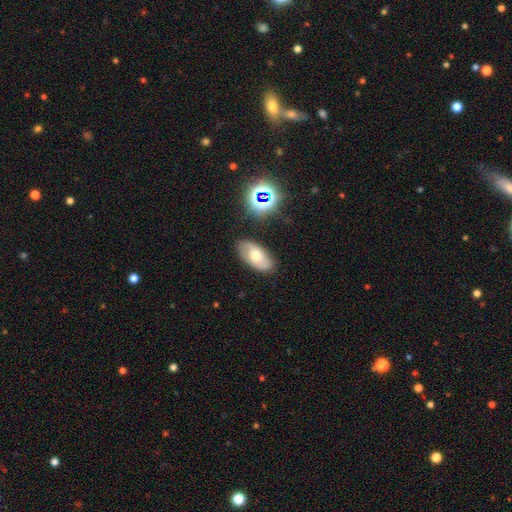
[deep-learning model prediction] A smooth galaxy with no disk features (49%).

Vote fractions:
- Smooth or featured? smooth: 49% / featured or disk: 37% / star or artifact: 13%
- Merging? none: 81% / minor disturbance: 13% / major disturbance: 3% / merger: 2%